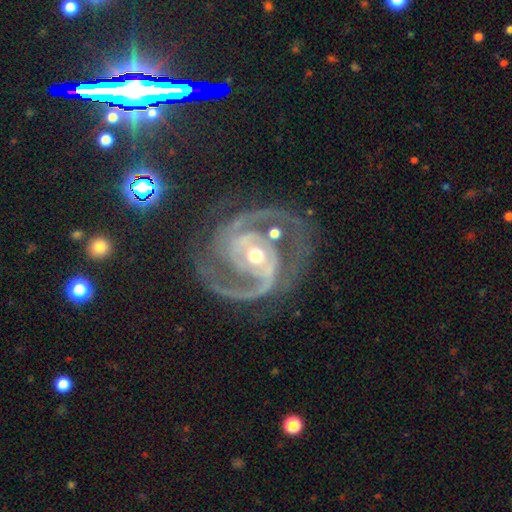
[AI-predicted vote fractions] Q: Smooth or featured?
A: featured or disk (92%); runner-up: star or artifact (5%)
Q: Edge-on disk?
A: no (98%); runner-up: yes (2%)
Q: Bar?
A: no (40%); runner-up: weak (32%)
Q: Spiral arms?
A: yes (98%); runner-up: no (2%)
Q: Spiral winding?
A: medium (51%); runner-up: tight (42%)
Q: Spiral arm count?
A: 2 (85%); runner-up: 3 (7%)
Q: Bulge size?
A: moderate (65%); runner-up: small (29%)
Q: Merging?
A: none (76%); runner-up: minor disturbance (15%)